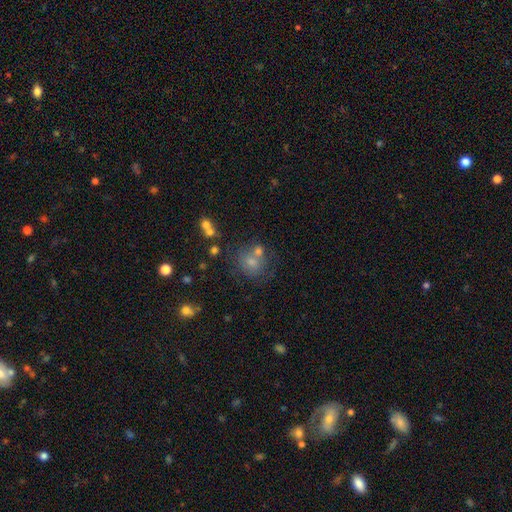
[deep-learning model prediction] Overall: smooth (64%). How rounded: round (76%). Merging: none (53%; merger 28%).